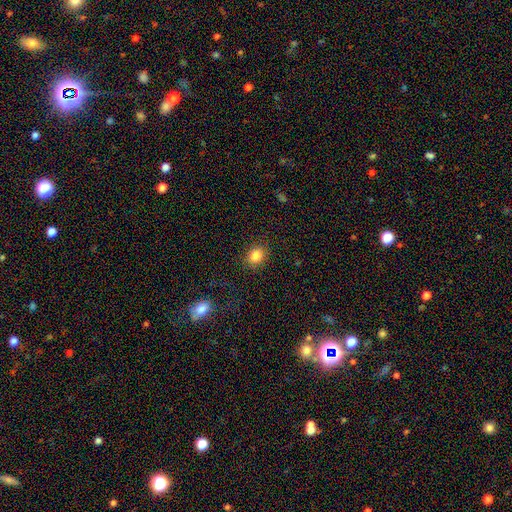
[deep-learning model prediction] Smooth or featured? smooth (85%)
How rounded? in between (51%)
Merging? none (87%)